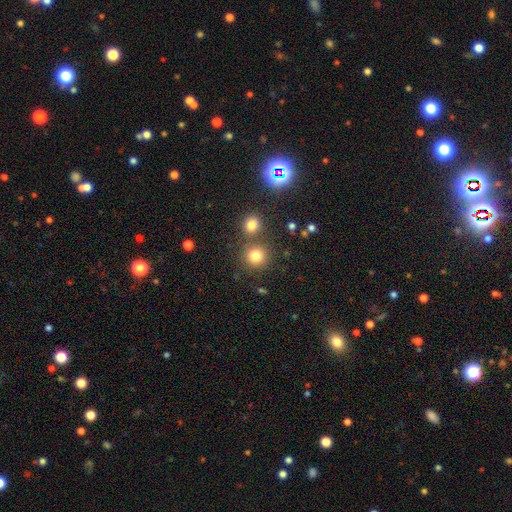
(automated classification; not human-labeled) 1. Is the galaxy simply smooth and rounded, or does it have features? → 79% smooth, 14% star or artifact, 6% featured or disk.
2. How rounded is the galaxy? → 90% round, 9% in between, 1% cigar-shaped.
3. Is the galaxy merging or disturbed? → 73% none, 16% merger, 8% minor disturbance, 3% major disturbance.